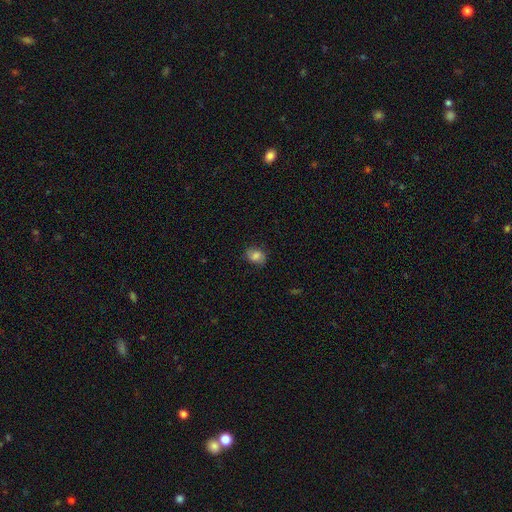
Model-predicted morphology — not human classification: Q: Smooth or featured?
A: smooth (74%); runner-up: featured or disk (16%)
Q: How rounded?
A: in between (64%); runner-up: round (35%)
Q: Merging?
A: none (76%); runner-up: minor disturbance (18%)